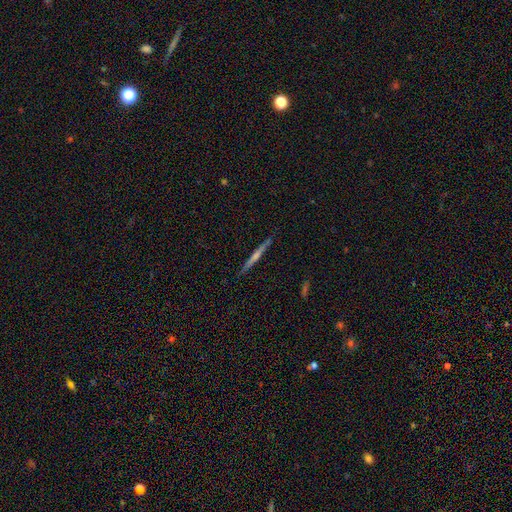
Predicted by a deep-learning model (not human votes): A featured or disk galaxy (63%) viewed edge-on (95%) with a rounded central bulge (57%).

Vote fractions:
- Smooth or featured? featured or disk: 63% / smooth: 23% / star or artifact: 14%
- Edge-on disk? yes: 95% / no: 5%
- Edge-on bulge? rounded: 57% / none: 32% / boxy: 11%
- Merging? none: 89% / minor disturbance: 7% / major disturbance: 2% / merger: 2%